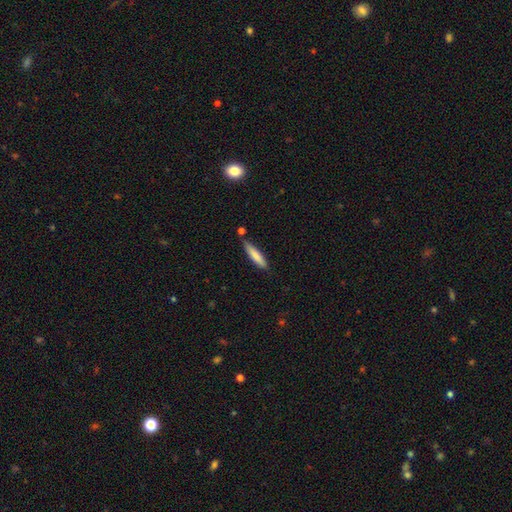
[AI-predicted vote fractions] This appears to be a smooth galaxy with no disk features (79%) that is cigar-shaped (86%). Merging: none (76%).